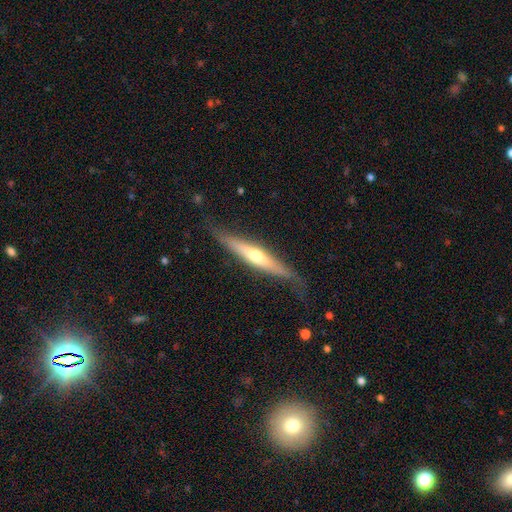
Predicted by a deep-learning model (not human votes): smooth-or-featured: featured or disk: 59% | smooth: 36% | star or artifact: 6%
  disk-edge-on: yes: 89% | no: 11%
    edge-on-bulge: rounded: 77% | none: 17% | boxy: 7%
  merging: none: 74% | minor disturbance: 18% | major disturbance: 6% | merger: 2%